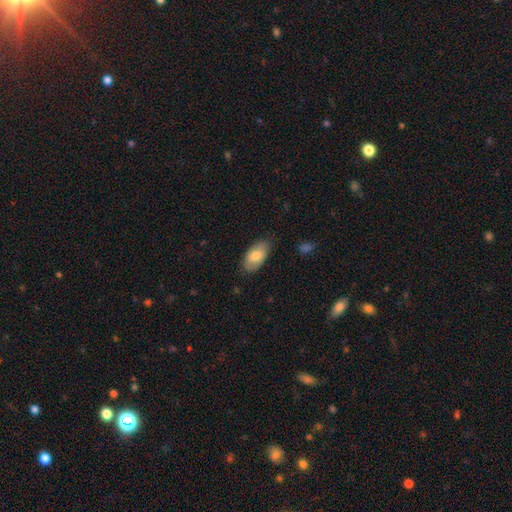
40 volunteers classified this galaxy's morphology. Q: Smooth or featured?
A: smooth (82%); runner-up: featured or disk (10%)
Q: How rounded?
A: in between (94%); runner-up: round (3%)
Q: Merging?
A: none (78%); runner-up: minor disturbance (16%)